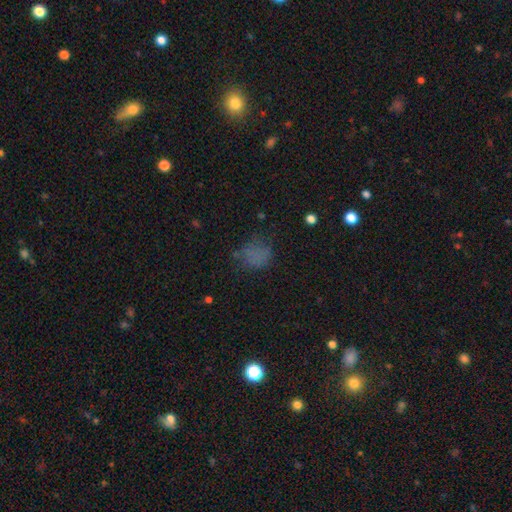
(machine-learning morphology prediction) smooth 61%, star or artifact 23%, featured or disk 16%. Down the decision tree: how rounded — round (58%); merging — none (56%).